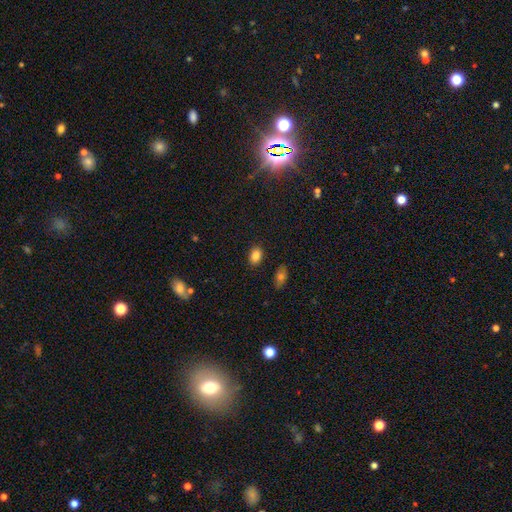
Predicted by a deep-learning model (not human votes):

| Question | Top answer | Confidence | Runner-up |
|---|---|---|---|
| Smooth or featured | smooth | 85% | star or artifact (10%) |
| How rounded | in between | 81% | round (17%) |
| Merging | none | 87% | minor disturbance (9%) |